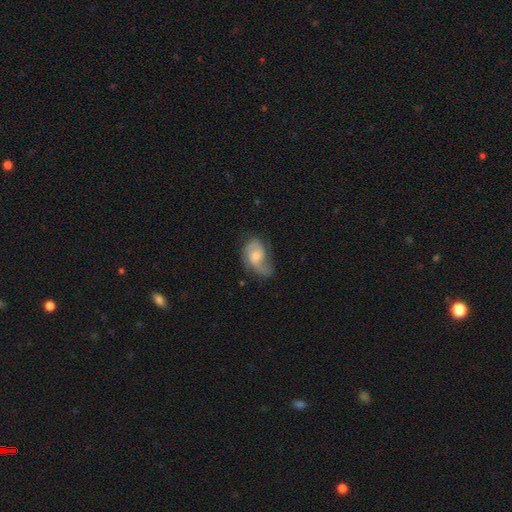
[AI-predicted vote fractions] This appears to be a featured or disk galaxy (69%) with no bar (67%), 2 (61%) medium (45%) spiral arms (90%) and a small central bulge (48%). Merging: none (49%).